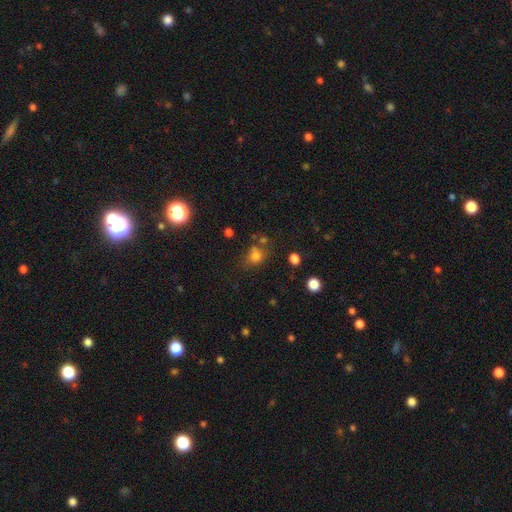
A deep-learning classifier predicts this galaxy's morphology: This appears to be a smooth galaxy with no disk features (75%) that is round (68%). Merging: none (60%).